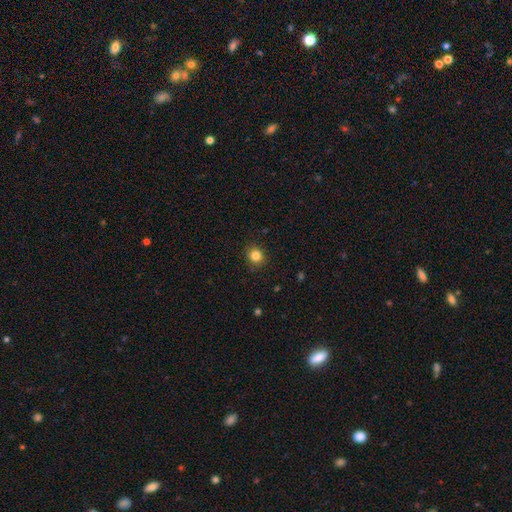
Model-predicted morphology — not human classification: smooth_or_featured: smooth (p=0.84) [alt: star or artifact p=0.11]
how_rounded: round (p=0.87) [alt: in between p=0.12]
merging: none (p=0.90) [alt: minor disturbance p=0.07]